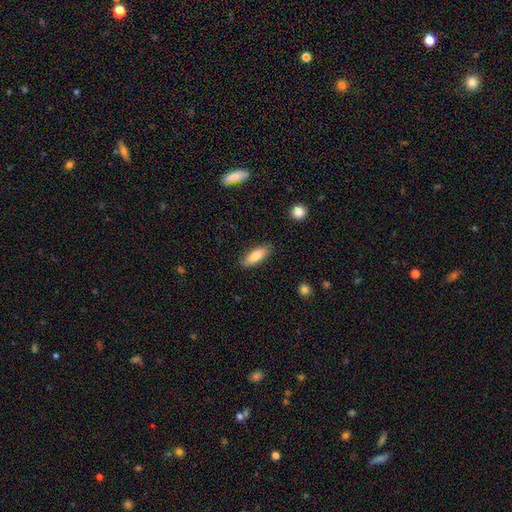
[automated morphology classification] smooth_or_featured: smooth (p=0.77) [alt: featured or disk p=0.16]
how_rounded: in between (p=0.66) [alt: cigar-shaped p=0.32]
merging: none (p=0.87) [alt: minor disturbance p=0.10]